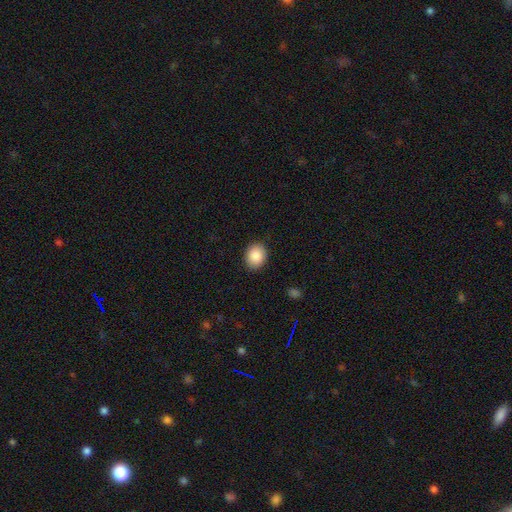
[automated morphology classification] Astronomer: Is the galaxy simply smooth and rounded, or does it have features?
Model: smooth — 88%.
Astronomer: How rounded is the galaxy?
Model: round — 53% (runner-up: in between, 46%).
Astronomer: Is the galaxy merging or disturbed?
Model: none — 90%.